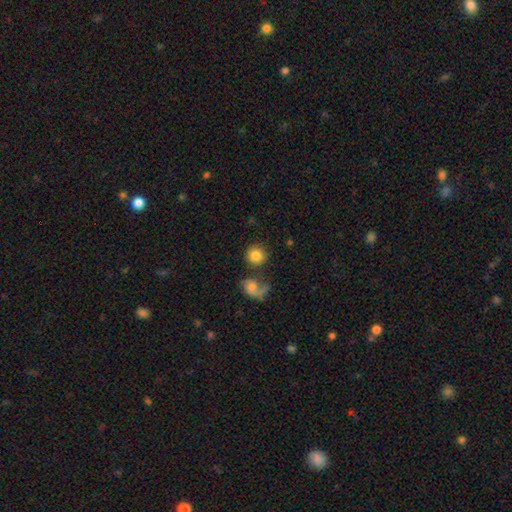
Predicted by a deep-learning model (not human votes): smooth-or-featured: smooth: 79% | featured or disk: 13% | star or artifact: 8%
  how-rounded: round: 90% | in between: 9% | cigar-shaped: 1%
  merging: none: 66% | merger: 19% | minor disturbance: 9% | major disturbance: 6%